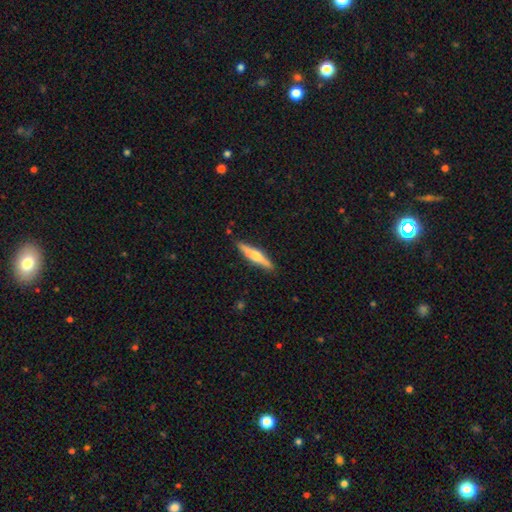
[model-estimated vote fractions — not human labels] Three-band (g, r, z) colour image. It shows a featured or disk galaxy (56%) viewed edge-on (96%) with a rounded central bulge (90%). Merging: none (88%).